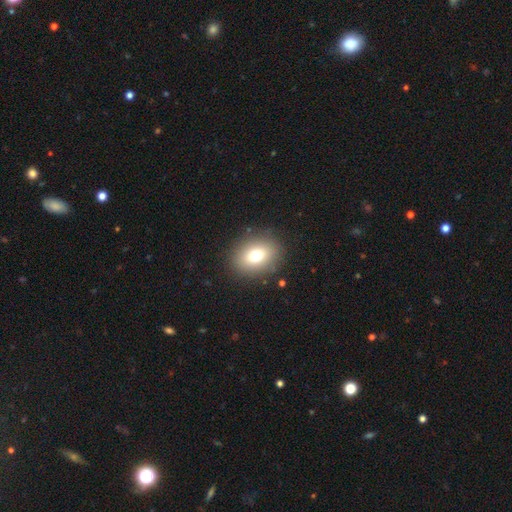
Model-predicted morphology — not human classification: smooth_or_featured: smooth (p=0.74) [alt: featured or disk p=0.14]
how_rounded: in between (p=0.61) [alt: round p=0.38]
merging: none (p=0.88) [alt: minor disturbance p=0.08]